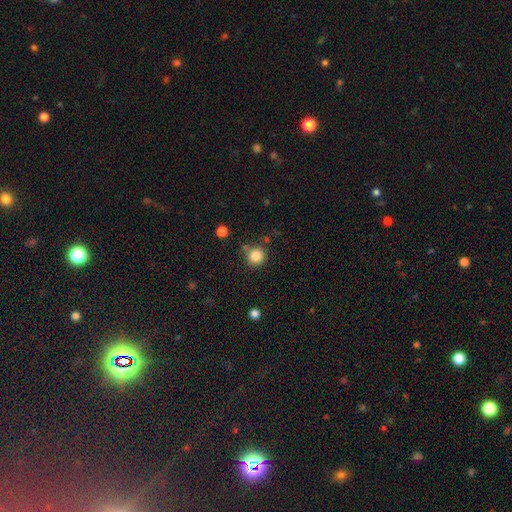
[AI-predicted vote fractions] This is clearly a smooth galaxy (83%). How rounded: clearly round (93%). Merging: likely none (78%).